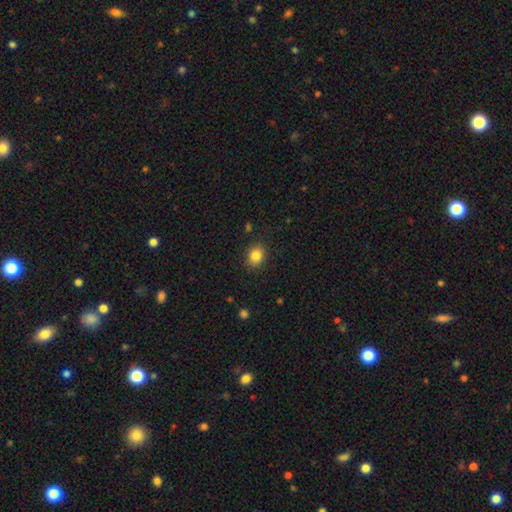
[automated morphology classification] A smooth galaxy with no disk features (84%) that is round (57%).

Vote fractions:
- Smooth or featured? smooth: 84% / star or artifact: 10% / featured or disk: 6%
- How rounded? round: 57% / in between: 42% / cigar-shaped: 1%
- Merging? none: 88% / minor disturbance: 9% / major disturbance: 2% / merger: 1%